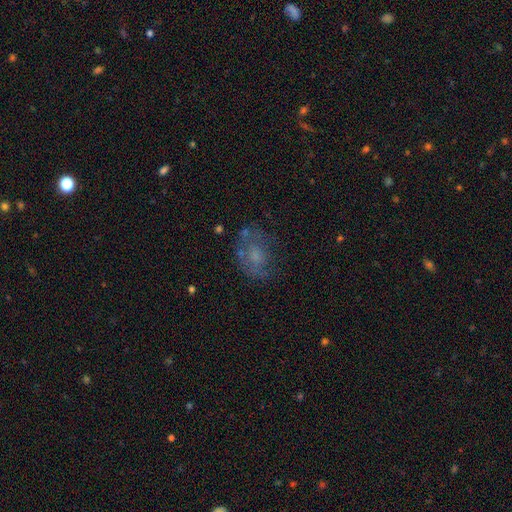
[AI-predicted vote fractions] Q: Smooth or featured?
A: featured or disk (42%); tied with: smooth (42%)
Q: Merging?
A: none (56%); runner-up: minor disturbance (22%)